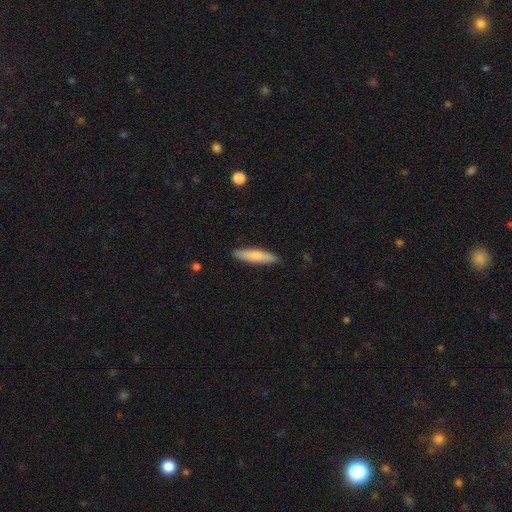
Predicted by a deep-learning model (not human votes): smooth-or-featured: smooth: 75% | featured or disk: 20% | star or artifact: 5%
  how-rounded: cigar-shaped: 82% | in between: 17% | round: 1%
  merging: none: 89% | minor disturbance: 8% | major disturbance: 2% | merger: 1%